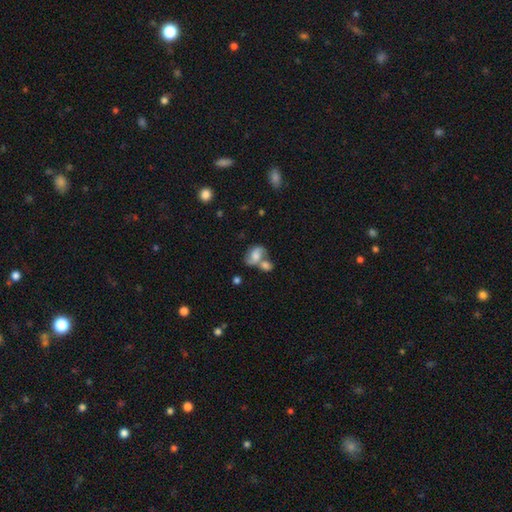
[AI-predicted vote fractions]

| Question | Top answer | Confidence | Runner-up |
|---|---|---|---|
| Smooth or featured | featured or disk | 53% | smooth (38%) |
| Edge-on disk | no | 97% | yes (3%) |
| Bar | no | 58% | weak (33%) |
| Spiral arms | yes | 83% | no (17%) |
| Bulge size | moderate | 35% | large (23%) |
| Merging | merger | 45% | none (32%) |